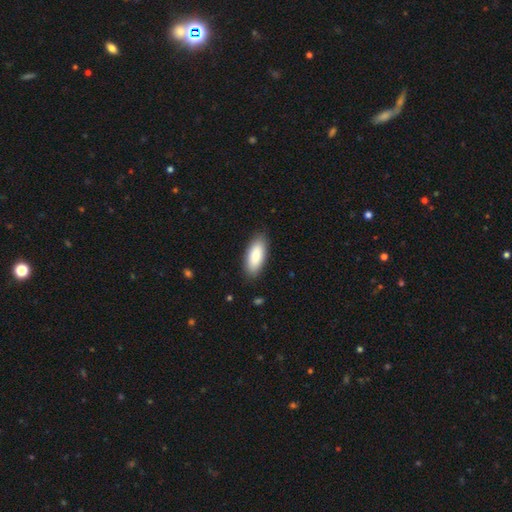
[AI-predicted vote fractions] A smooth galaxy with no disk features (86%) that is in between round and cigar-shaped (83%). Merging: none (87%).